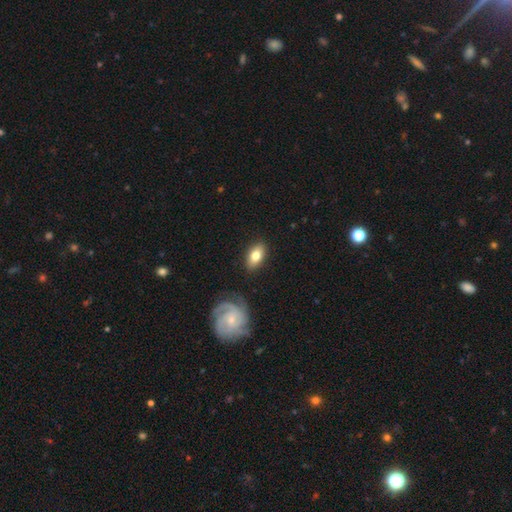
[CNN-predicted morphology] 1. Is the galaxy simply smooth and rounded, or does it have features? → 71% smooth, 23% featured or disk, 6% star or artifact.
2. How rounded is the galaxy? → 88% in between, 8% round, 4% cigar-shaped.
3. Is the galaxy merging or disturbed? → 84% none, 12% minor disturbance, 3% major disturbance, 2% merger.